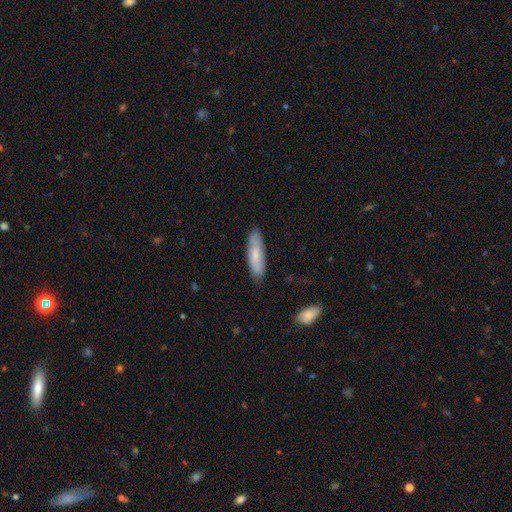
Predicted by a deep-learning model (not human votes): This is likely a smooth galaxy (74%). How rounded: possibly cigar-shaped (59%). Merging: clearly none (82%).